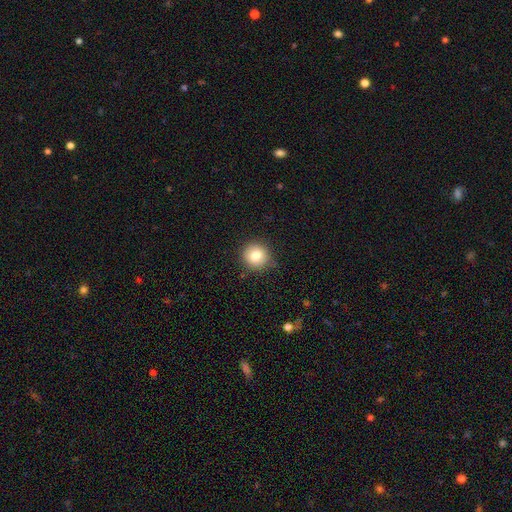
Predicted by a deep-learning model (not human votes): smooth 80%, star or artifact 10%, featured or disk 10%. Down the decision tree: how rounded — round (93%); merging — none (86%).